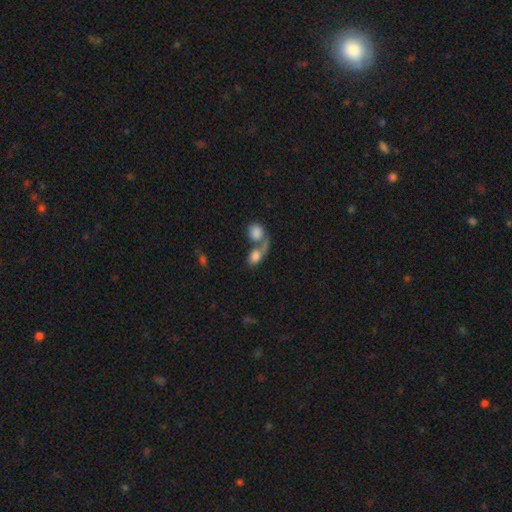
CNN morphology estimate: smooth 73%, featured or disk 18%, star or artifact 9%. Down the decision tree: how rounded — in between (61%); merging — merger (64%).